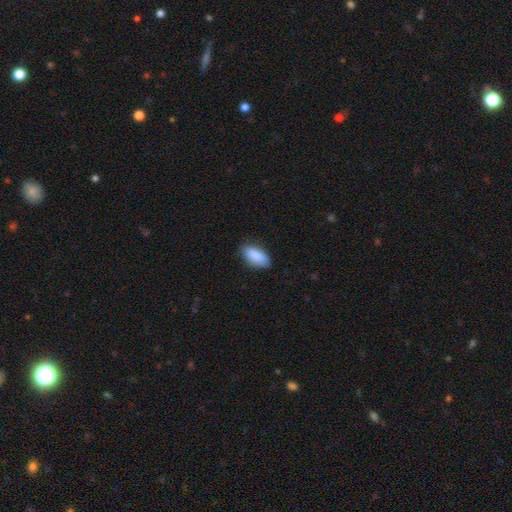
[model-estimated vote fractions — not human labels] smooth 89%, star or artifact 6%, featured or disk 5%. Down the decision tree: how rounded — in between (92%); merging — none (83%).